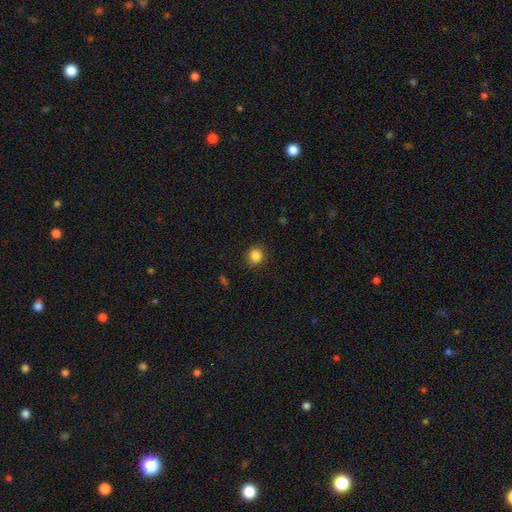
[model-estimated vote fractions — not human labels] smooth-or-featured: smooth: 85% | star or artifact: 11% | featured or disk: 4%
  how-rounded: round: 87% | in between: 12% | cigar-shaped: 1%
  merging: none: 88% | minor disturbance: 8% | major disturbance: 3% | merger: 1%